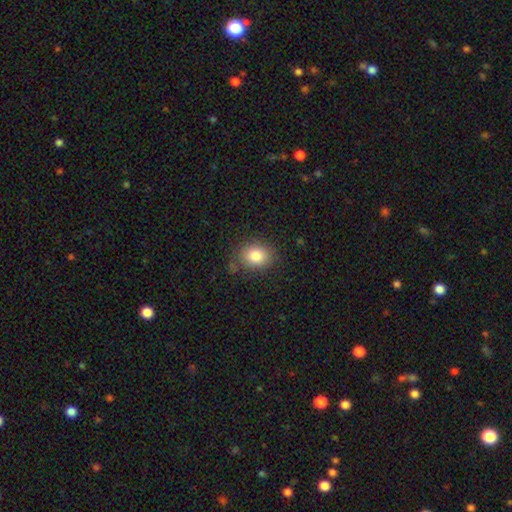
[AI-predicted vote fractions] This is clearly a smooth galaxy (83%). How rounded: possibly in between (55%). Merging: clearly none (81%).